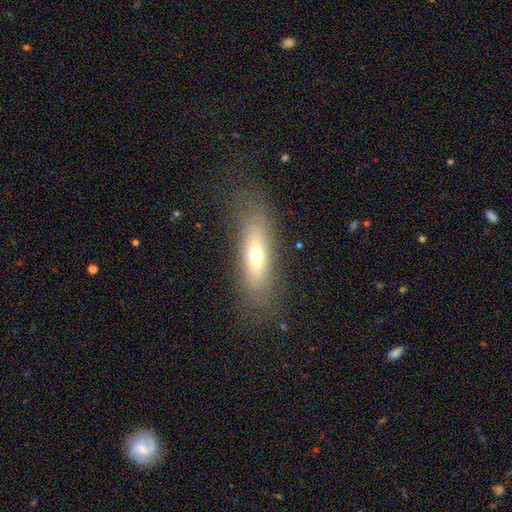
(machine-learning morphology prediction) This is possibly a smooth galaxy (57%). How rounded: possibly cigar-shaped (55%). Merging: likely none (78%).